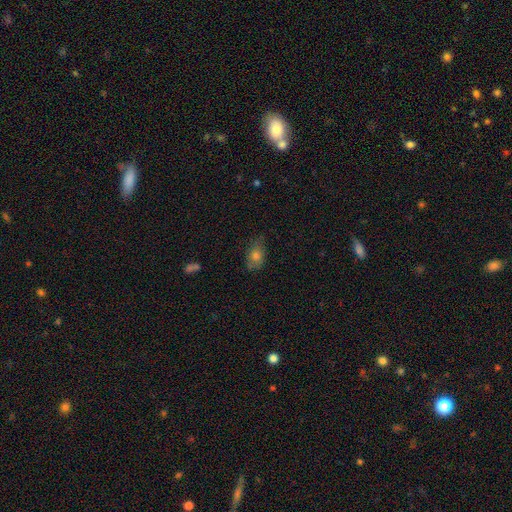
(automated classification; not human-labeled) This is likely a smooth galaxy (69%). How rounded: likely in between (76%). Merging: likely none (68%).